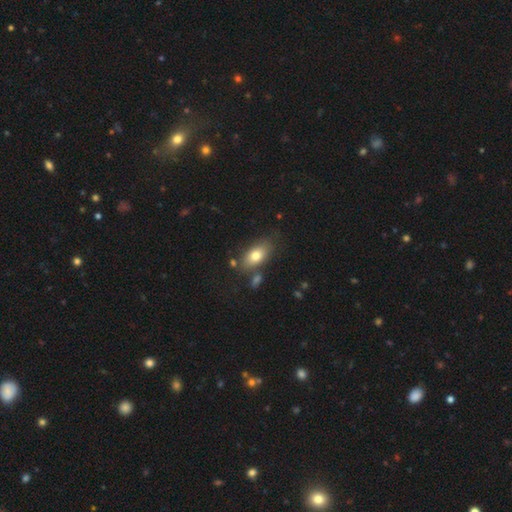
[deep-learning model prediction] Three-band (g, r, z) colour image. It shows a smooth galaxy with no disk features (76%) that is in between round and cigar-shaped (87%). Merging: none (71%).